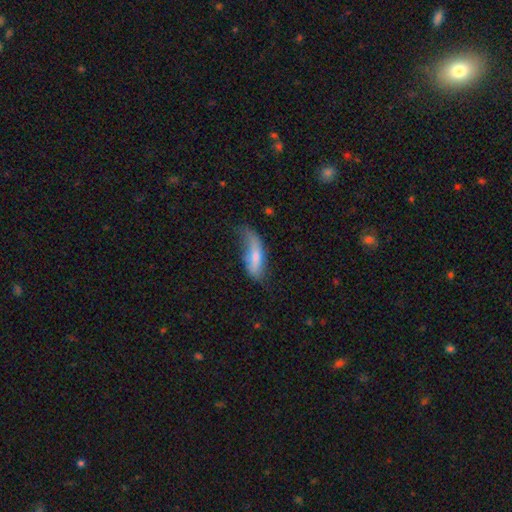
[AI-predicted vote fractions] Smooth or featured?
  - smooth: 61% *
  - featured or disk: 32%
  - star or artifact: 7%
How rounded?
  - in between: 58% *
  - cigar-shaped: 40%
  - round: 3%
Merging?
  - minor disturbance: 38% *
  - none: 32%
  - major disturbance: 27%
  - merger: 3%